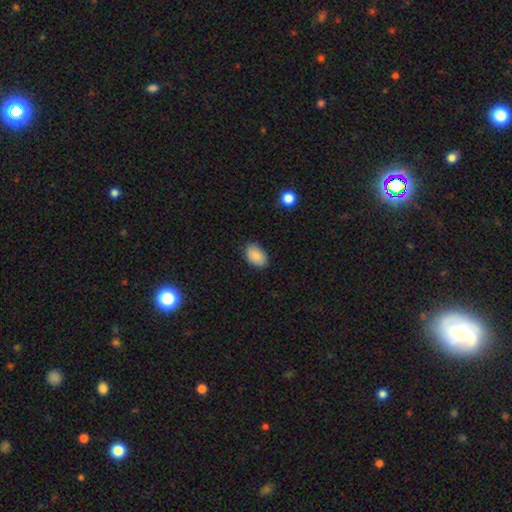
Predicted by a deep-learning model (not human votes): Smooth or featured: smooth — 88% (star or artifact — 7%)
How rounded: in between — 89% (round — 10%)
Merging: none — 83% (minor disturbance — 13%)